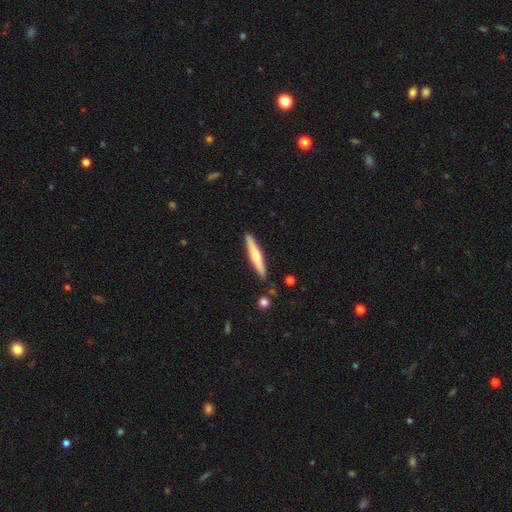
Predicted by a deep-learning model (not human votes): smooth 48%, featured or disk 46%, star or artifact 5%. Down the decision tree: merging — none (89%).